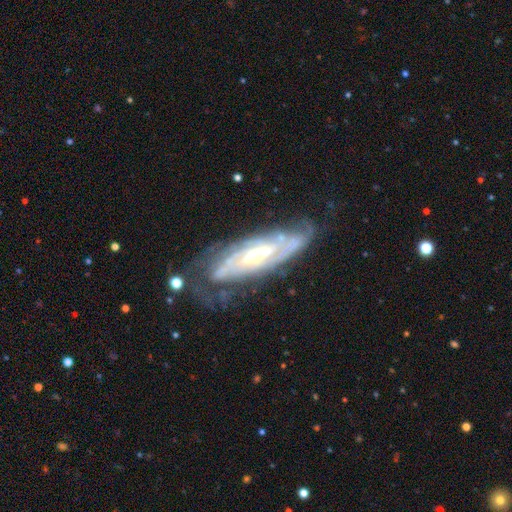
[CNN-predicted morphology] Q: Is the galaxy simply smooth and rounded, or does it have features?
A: featured or disk — 87%.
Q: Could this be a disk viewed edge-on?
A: no — 84%.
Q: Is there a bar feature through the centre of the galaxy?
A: weak — 37%.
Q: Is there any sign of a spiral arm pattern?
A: yes — 93%.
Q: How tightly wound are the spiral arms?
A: tight — 64%.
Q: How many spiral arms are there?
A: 2 — 39%.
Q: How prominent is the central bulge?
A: moderate — 57%.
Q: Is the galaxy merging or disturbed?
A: none — 65%.